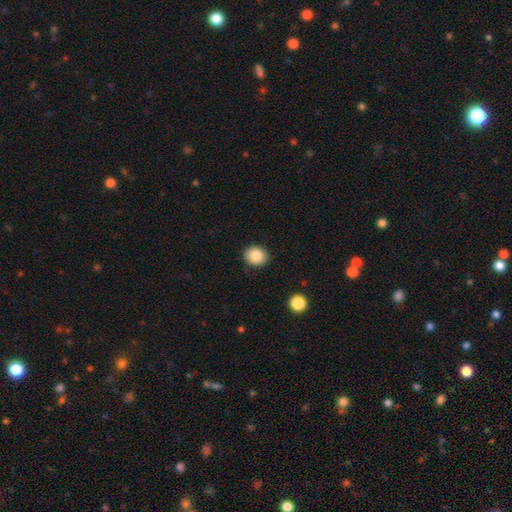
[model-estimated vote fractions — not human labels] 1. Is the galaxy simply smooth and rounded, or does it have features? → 88% smooth, 8% star or artifact, 4% featured or disk.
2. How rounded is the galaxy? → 69% round, 30% in between, 1% cigar-shaped.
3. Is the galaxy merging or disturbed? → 89% none, 8% minor disturbance, 2% major disturbance, 1% merger.